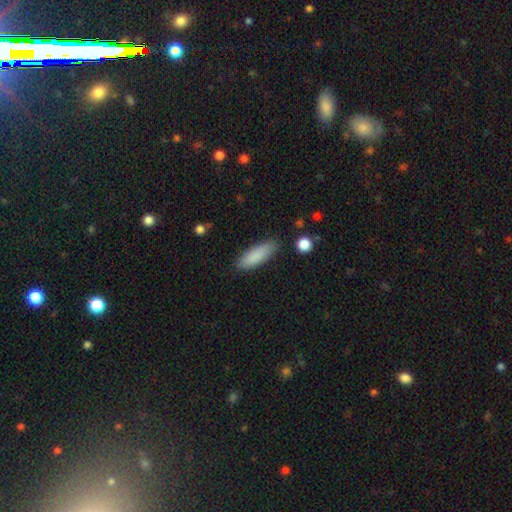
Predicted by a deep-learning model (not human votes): Smooth or featured: smooth — 87% (featured or disk — 7%)
How rounded: in between — 51% (cigar-shaped — 47%)
Merging: none — 85% (minor disturbance — 11%)